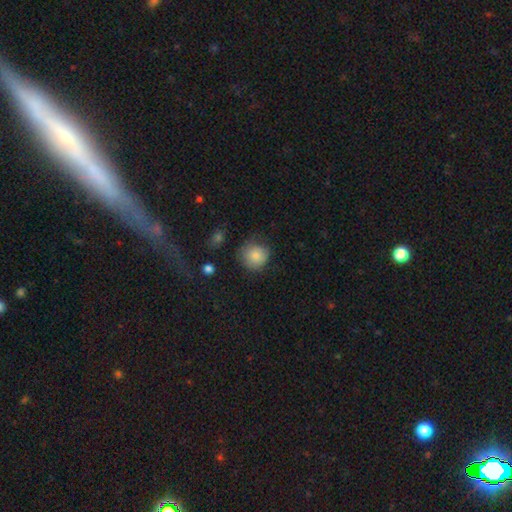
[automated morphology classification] A smooth galaxy with no disk features (82%) that is round (87%). Merging: none (64%).